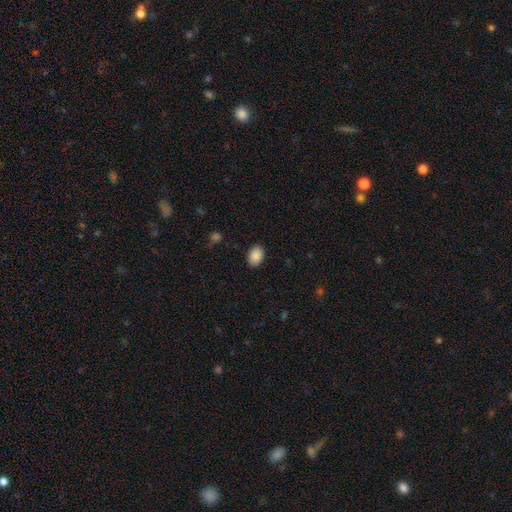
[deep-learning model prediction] This is clearly a smooth galaxy (89%). How rounded: clearly in between (81%). Merging: clearly none (88%).